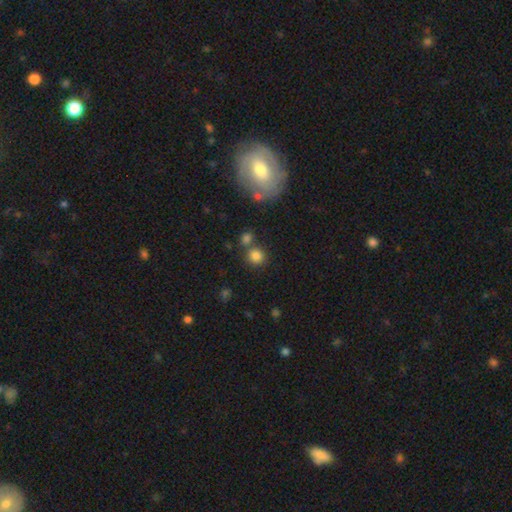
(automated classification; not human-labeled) The model was most divided on "merging": none: 69%, merger: 18%, minor disturbance: 9%, major disturbance: 4%. More confident: how rounded — round (89%); smooth or featured — smooth (82%).